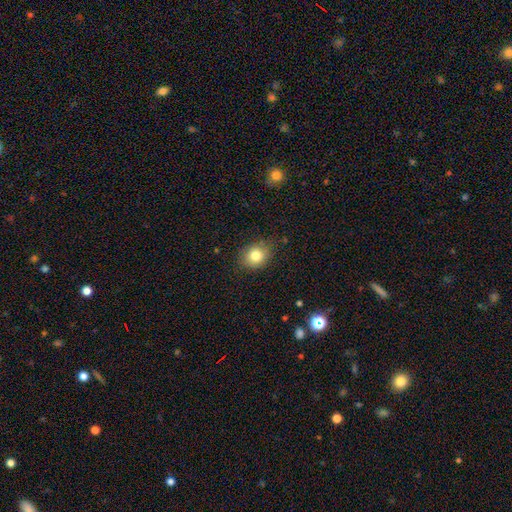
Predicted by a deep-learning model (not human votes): The model was most divided on "how rounded": round: 59%, in between: 40%, cigar-shaped: 1%. More confident: smooth or featured — smooth (82%); merging — none (78%).